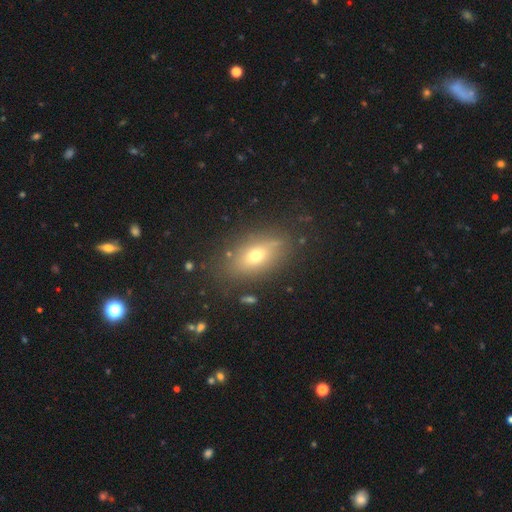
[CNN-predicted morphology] Smooth or featured? smooth (61%)
How rounded? in between (81%)
Merging? none (78%)